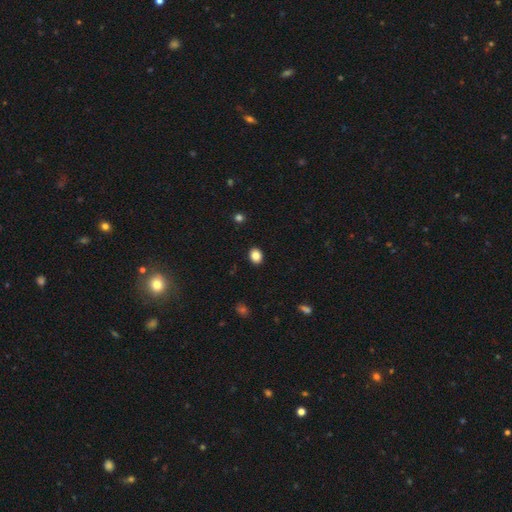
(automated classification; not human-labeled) Smooth or featured?
  - smooth: 85% *
  - star or artifact: 10%
  - featured or disk: 5%
How rounded?
  - in between: 55% *
  - round: 44%
  - cigar-shaped: 1%
Merging?
  - none: 91% *
  - minor disturbance: 6%
  - major disturbance: 2%
  - merger: 1%